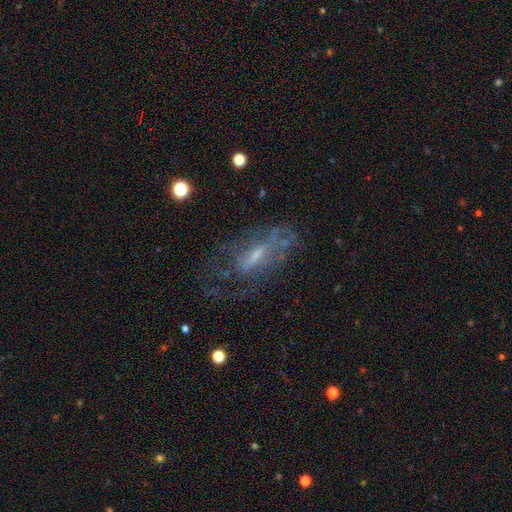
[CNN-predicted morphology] Smooth or featured: featured or disk — 66% (smooth — 23%)
Edge-on disk: no — 83% (yes — 17%)
Bar: weak — 42% (no — 37%)
Spiral arms: yes — 53% (no — 47%)
Bulge size: small — 49% (moderate — 35%)
Merging: none — 44% (major disturbance — 32%)